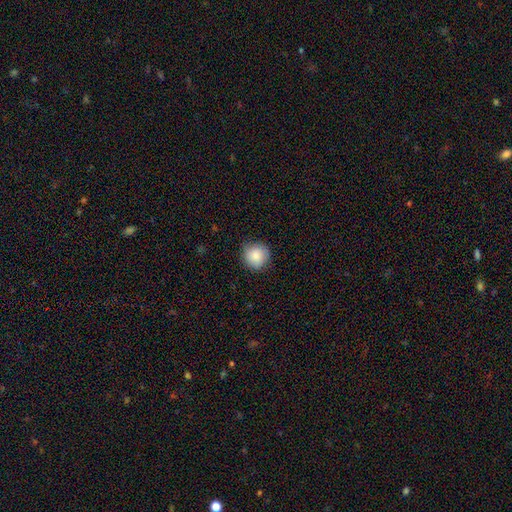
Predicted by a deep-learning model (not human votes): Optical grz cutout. It shows a smooth galaxy with no disk features (85%) that is round (93%). Merging: none (83%).